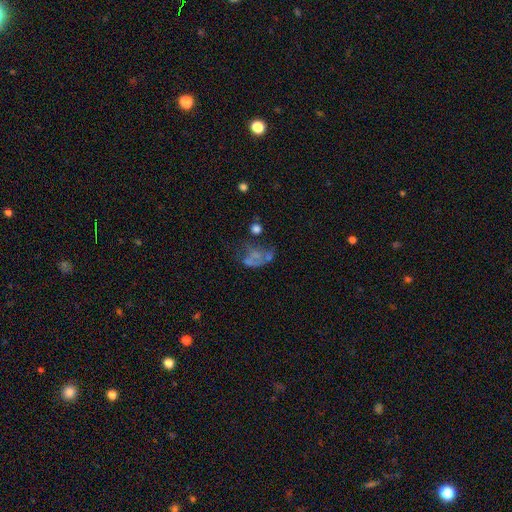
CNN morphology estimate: A featured or disk galaxy (45%). Merging: major disturbance (37%).